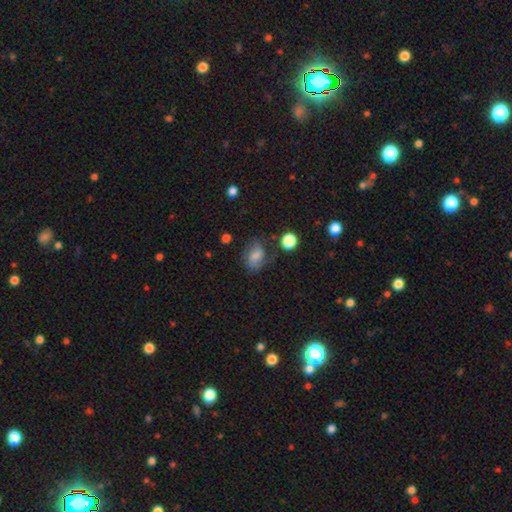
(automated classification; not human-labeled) Smooth or featured? smooth (51%)
How rounded? in between (65%)
Merging? none (62%)